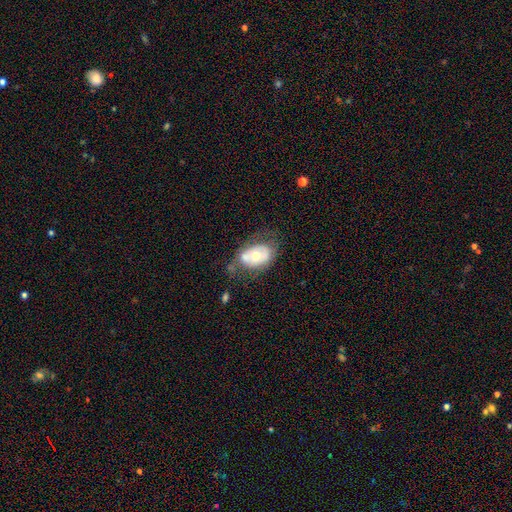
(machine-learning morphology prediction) Smooth or featured? Predicted: smooth (p=0.47). Merging? Predicted: none (p=0.49).